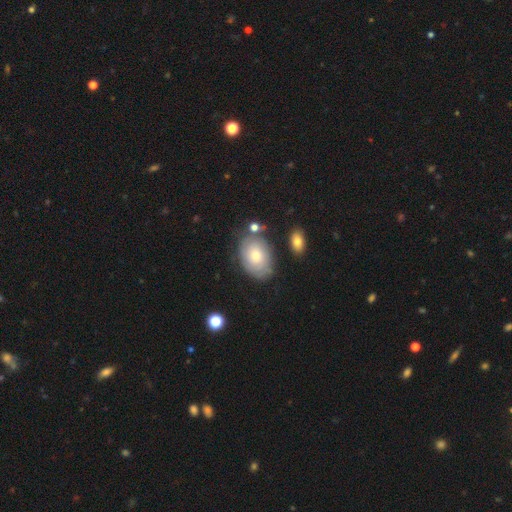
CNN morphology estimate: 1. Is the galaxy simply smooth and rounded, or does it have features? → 62% smooth, 30% featured or disk, 8% star or artifact.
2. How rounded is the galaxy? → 83% in between, 16% round, 1% cigar-shaped.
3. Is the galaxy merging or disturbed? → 70% none, 18% minor disturbance, 6% merger, 6% major disturbance.